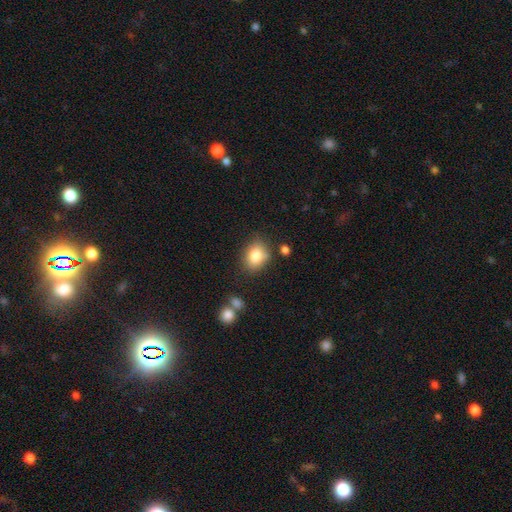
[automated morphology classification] This is clearly a smooth galaxy (82%). How rounded: possibly in between (57%). Merging: likely none (73%).